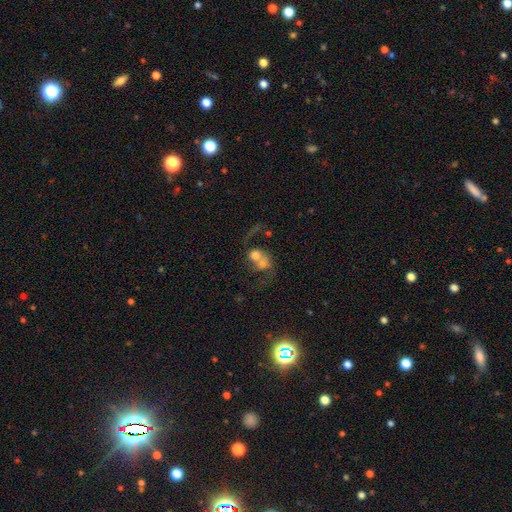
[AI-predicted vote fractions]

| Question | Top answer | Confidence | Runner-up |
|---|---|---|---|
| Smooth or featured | smooth | 51% | featured or disk (37%) |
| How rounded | round | 62% | in between (36%) |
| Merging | merger | 69% | none (14%) |